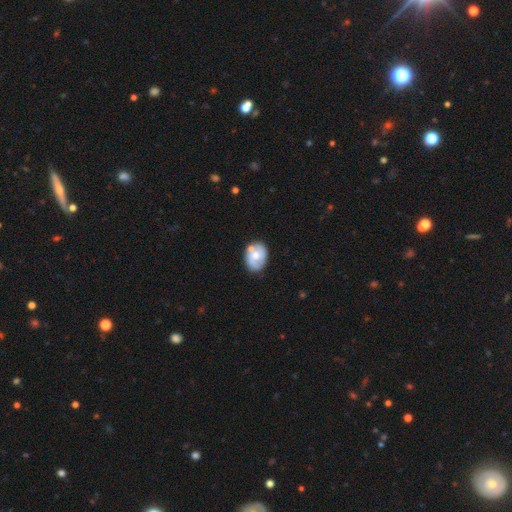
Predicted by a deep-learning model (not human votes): Smooth or featured? featured or disk (48%)
Merging? none (63%)